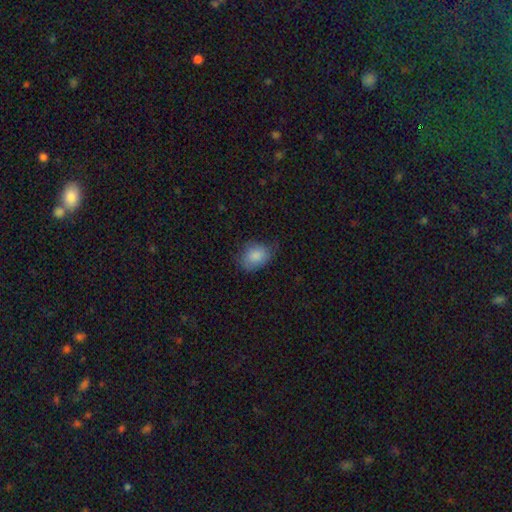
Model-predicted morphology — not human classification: This appears to be a smooth galaxy with no disk features (86%) that is in between round and cigar-shaped (68%). Merging: none (63%).